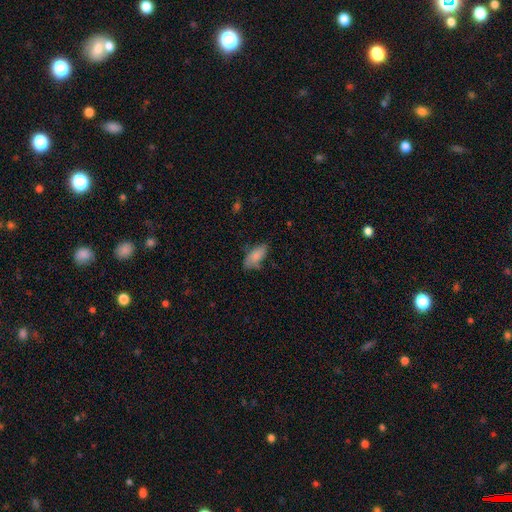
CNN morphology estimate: Q: Smooth or featured?
A: smooth (84%); runner-up: featured or disk (9%)
Q: How rounded?
A: in between (87%); runner-up: cigar-shaped (11%)
Q: Merging?
A: none (68%); runner-up: minor disturbance (24%)